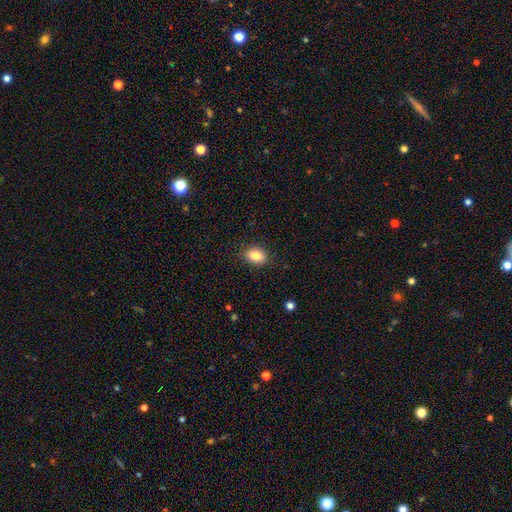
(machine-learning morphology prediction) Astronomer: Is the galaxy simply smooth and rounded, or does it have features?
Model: smooth — 86%.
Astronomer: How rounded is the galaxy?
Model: in between — 83%.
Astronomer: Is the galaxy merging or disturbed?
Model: none — 87%.